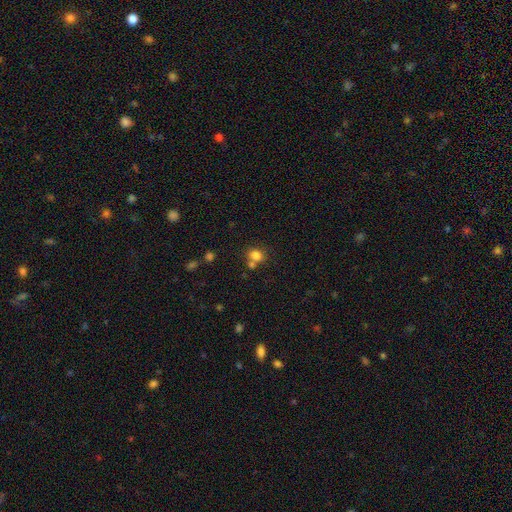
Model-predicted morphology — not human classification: smooth_or_featured: smooth (p=0.81) [alt: star or artifact p=0.13]
how_rounded: in between (p=0.50) [alt: round p=0.49]
merging: none (p=0.57) [alt: merger p=0.27]